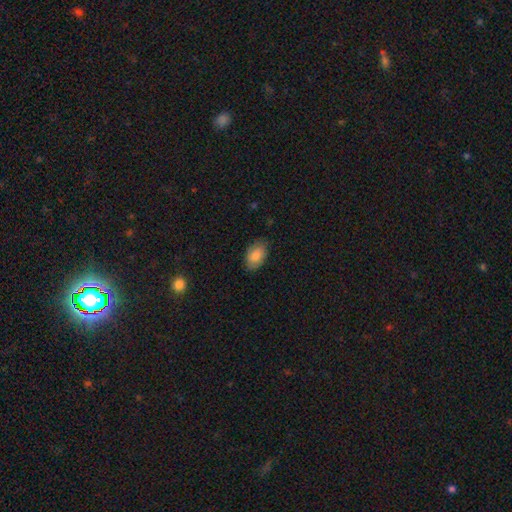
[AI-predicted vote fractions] smooth_or_featured: smooth (p=0.83) [alt: featured or disk p=0.10]
how_rounded: in between (p=0.92) [alt: round p=0.07]
merging: none (p=0.82) [alt: minor disturbance p=0.15]